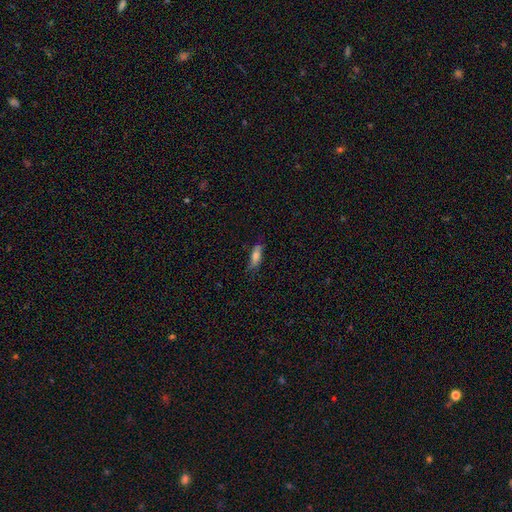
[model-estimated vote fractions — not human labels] smooth_or_featured: smooth (p=0.72) [alt: featured or disk p=0.21]
how_rounded: in between (p=0.51) [alt: cigar-shaped p=0.47]
merging: none (p=0.74) [alt: minor disturbance p=0.20]